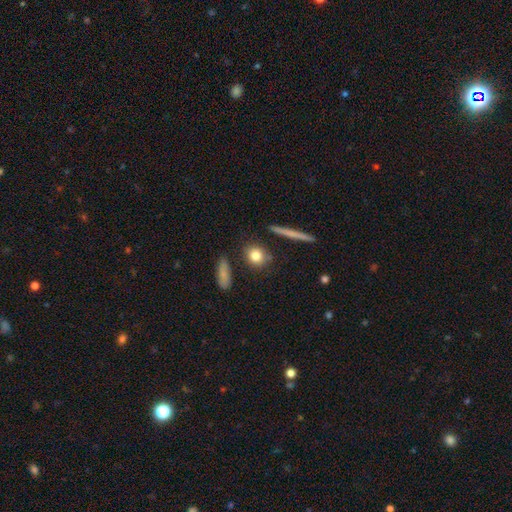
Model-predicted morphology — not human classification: Smooth or featured? smooth (79%)
How rounded? round (69%)
Merging? none (83%)